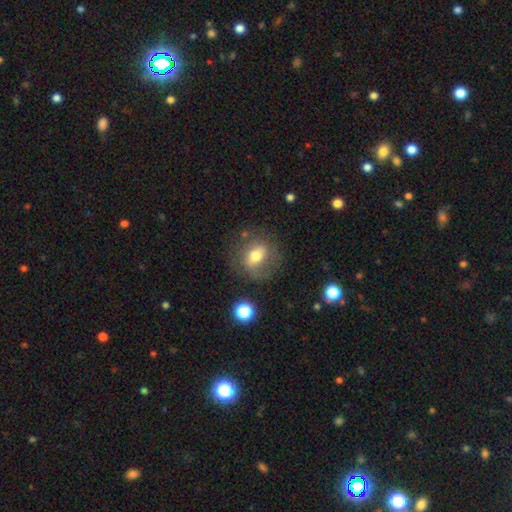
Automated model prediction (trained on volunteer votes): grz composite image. It shows a smooth galaxy with no disk features (52%) that is round (61%). Merging: none (66%).